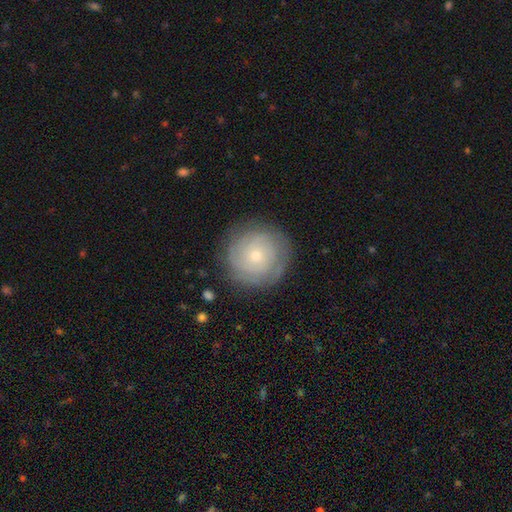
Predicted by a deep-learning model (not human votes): featured or disk 61%, smooth 31%, star or artifact 8%. Down the decision tree: edge-on disk — no (97%); bar — no (85%); spiral arms — yes (83%); bulge size — small (72%); merging — none (84%).